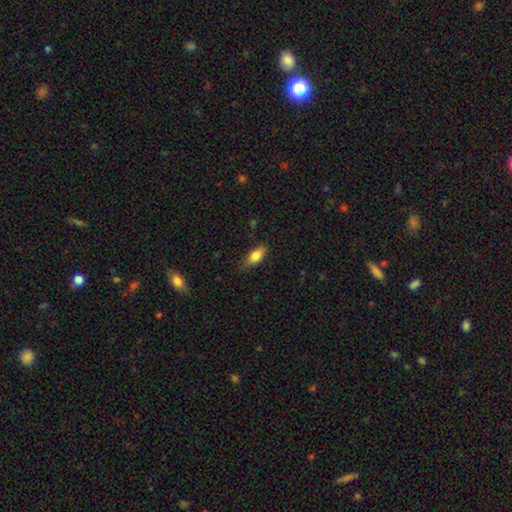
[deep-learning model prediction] Q: Smooth or featured?
A: smooth (82%); runner-up: featured or disk (10%)
Q: How rounded?
A: in between (86%); runner-up: cigar-shaped (10%)
Q: Merging?
A: none (77%); runner-up: minor disturbance (18%)